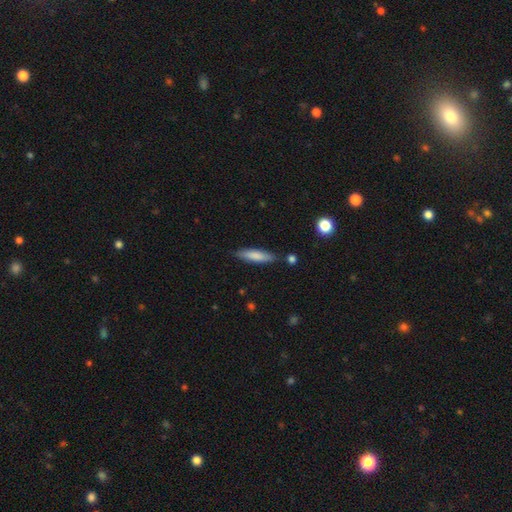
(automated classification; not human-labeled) This is likely a smooth galaxy (80%). How rounded: likely cigar-shaped (74%). Merging: clearly none (83%).